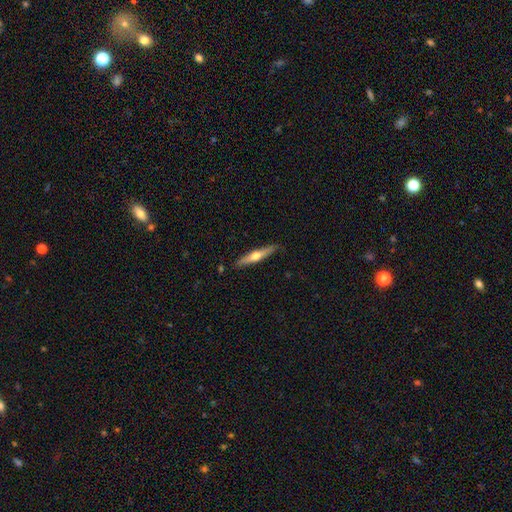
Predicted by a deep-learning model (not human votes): featured or disk 57%, smooth 38%, star or artifact 5%. Down the decision tree: edge-on disk — yes (95%); edge-on bulge — rounded (92%); merging — none (84%).